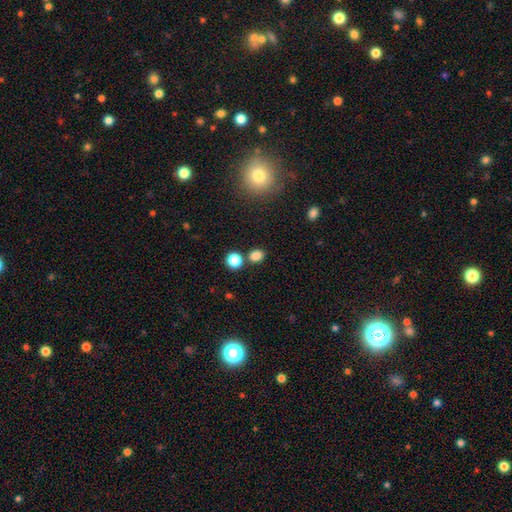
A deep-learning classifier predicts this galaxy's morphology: Q: Smooth or featured?
A: smooth (82%); runner-up: star or artifact (13%)
Q: How rounded?
A: round (60%); runner-up: in between (38%)
Q: Merging?
A: none (72%); runner-up: merger (15%)